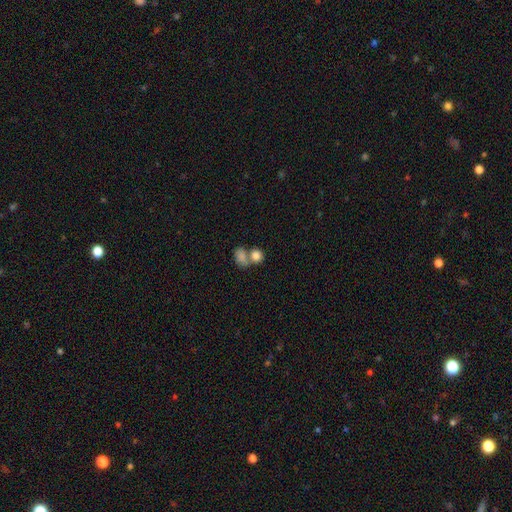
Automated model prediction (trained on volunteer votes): Morphology: type=smooth (81%); roundness=round (65%); merging=merger (54%).